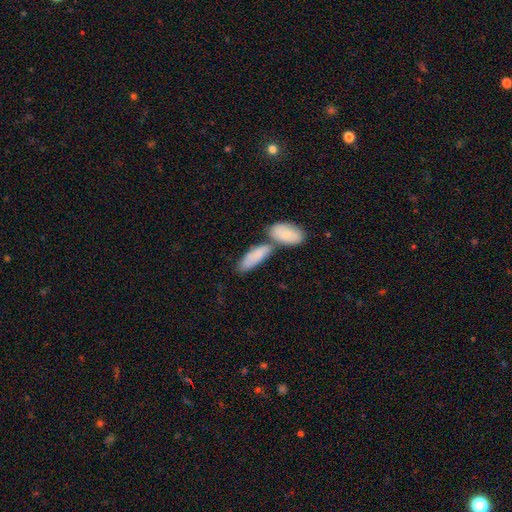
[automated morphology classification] Smooth or featured: smooth — 79% (featured or disk — 15%)
How rounded: in between — 70% (cigar-shaped — 28%)
Merging: merger — 47% (none — 37%)